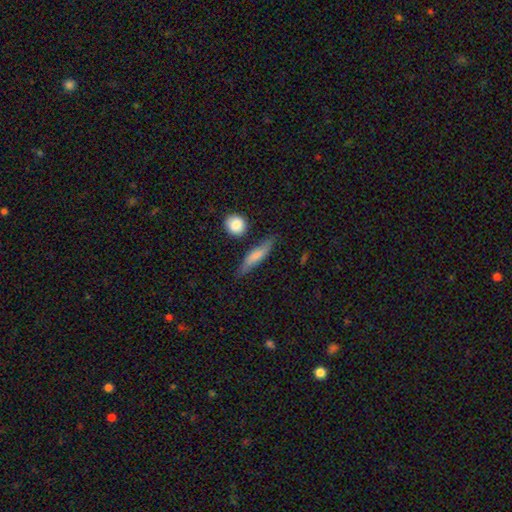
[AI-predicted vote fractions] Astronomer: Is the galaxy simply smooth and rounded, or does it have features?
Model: smooth — 65%.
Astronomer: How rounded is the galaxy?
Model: cigar-shaped — 73%.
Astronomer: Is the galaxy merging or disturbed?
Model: none — 74%.